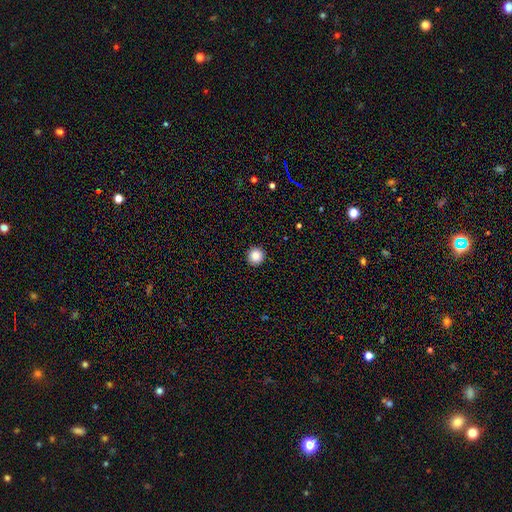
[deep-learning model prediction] Smooth or featured? smooth (85%)
How rounded? round (95%)
Merging? none (93%)